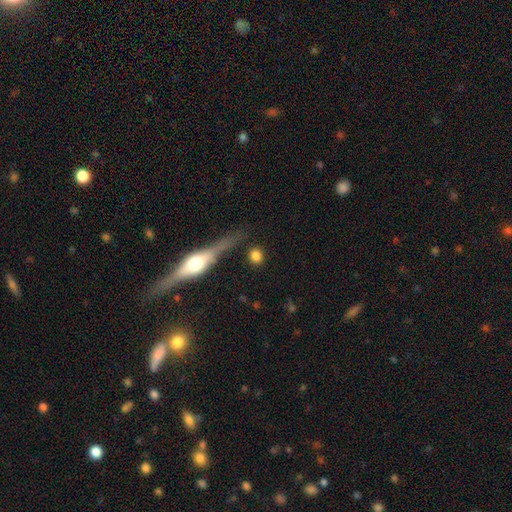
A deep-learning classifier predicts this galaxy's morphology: Smooth or featured? Predicted: smooth (p=0.81). How rounded? Predicted: round (p=0.80). Merging? Predicted: none (p=0.81).